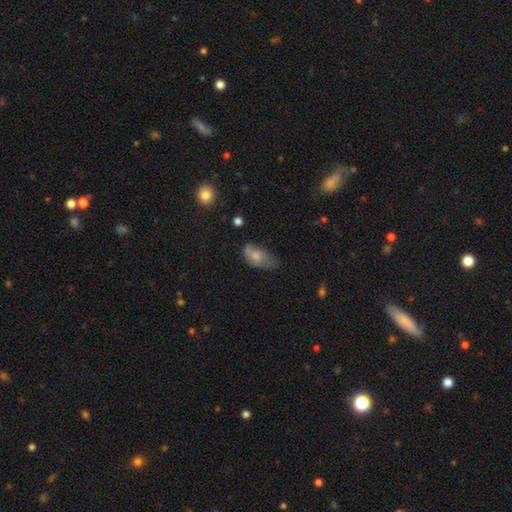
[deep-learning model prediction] A smooth galaxy with no disk features (63%) that is in between round and cigar-shaped (90%).

Vote fractions:
- Smooth or featured? smooth: 63% / featured or disk: 29% / star or artifact: 8%
- How rounded? in between: 90% / round: 6% / cigar-shaped: 4%
- Merging? minor disturbance: 40% / none: 31% / major disturbance: 26% / merger: 3%